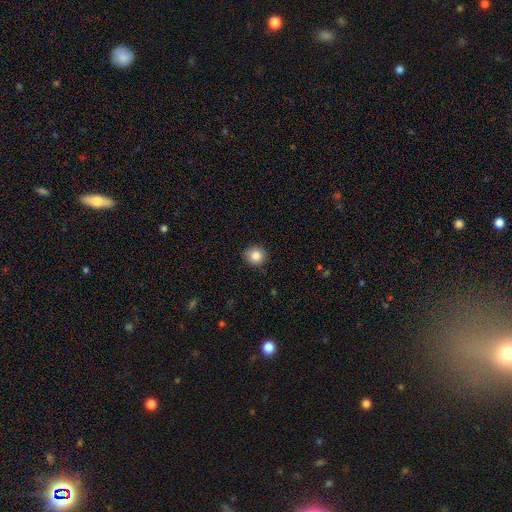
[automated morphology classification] Overall: smooth (84%). How rounded: round (89%). Merging: none (89%).